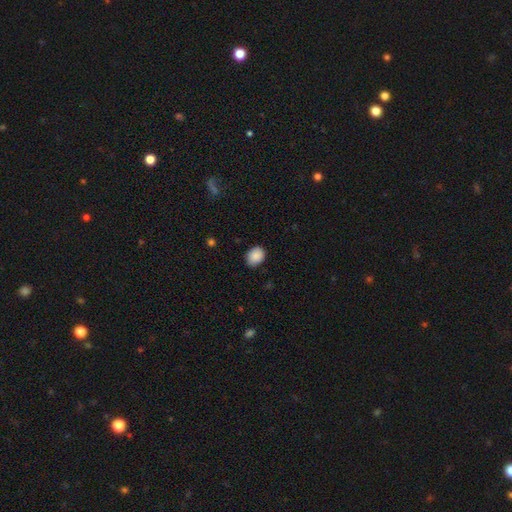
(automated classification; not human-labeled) A smooth galaxy with no disk features (88%) that is in between round and cigar-shaped (53%). Merging: none (83%).